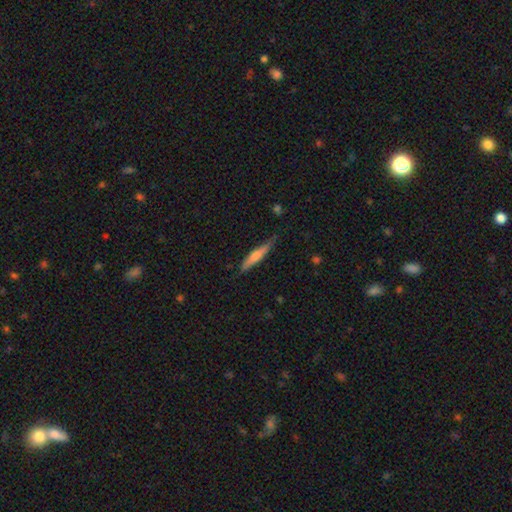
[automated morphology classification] Q: Smooth or featured?
A: smooth (54%); runner-up: featured or disk (40%)
Q: How rounded?
A: cigar-shaped (91%); runner-up: in between (8%)
Q: Merging?
A: none (77%); runner-up: minor disturbance (18%)